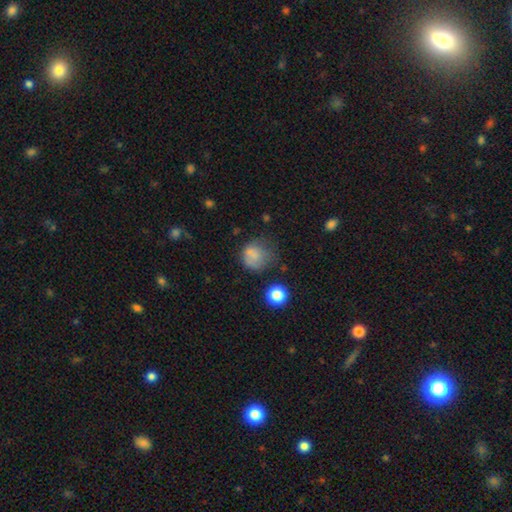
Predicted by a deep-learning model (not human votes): Overall: smooth (72%). How rounded: round (80%). Merging: none (48%; minor disturbance 26%).